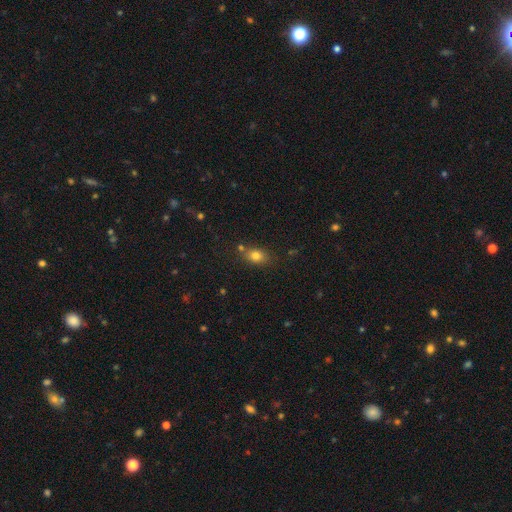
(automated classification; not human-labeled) Smooth or featured? smooth (79%)
How rounded? in between (69%)
Merging? none (70%)